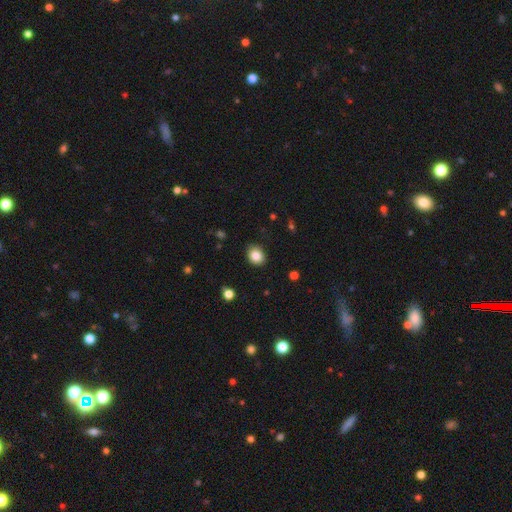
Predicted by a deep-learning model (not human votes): Q: Smooth or featured?
A: smooth (85%); runner-up: star or artifact (9%)
Q: How rounded?
A: in between (52%); runner-up: round (47%)
Q: Merging?
A: none (87%); runner-up: minor disturbance (10%)